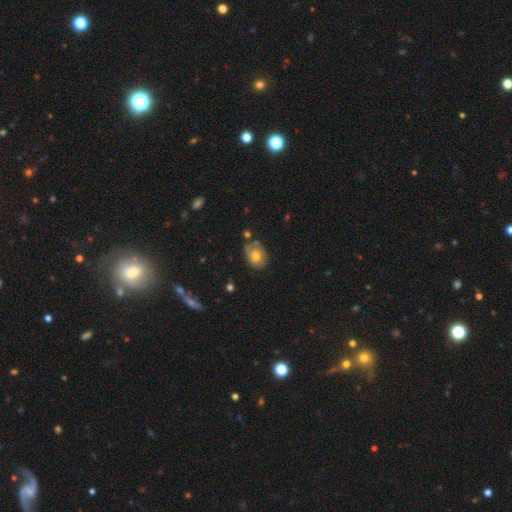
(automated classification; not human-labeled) Overall: smooth (70%). How rounded: in between (68%; round 31%). Merging: none (62%; minor disturbance 25%).